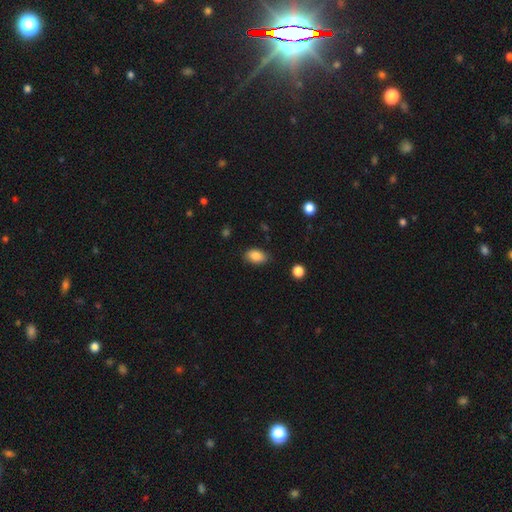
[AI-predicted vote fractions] Smooth or featured? Predicted: smooth (p=0.87). How rounded? Predicted: in between (p=0.88). Merging? Predicted: none (p=0.80).